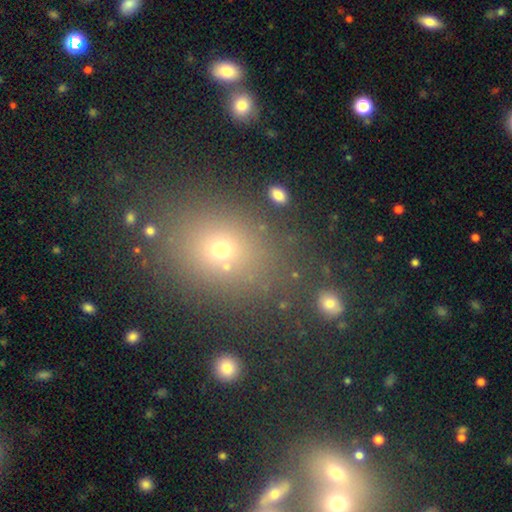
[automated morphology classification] Smooth or featured? smooth (61%)
How rounded? round (57%)
Merging? none (80%)